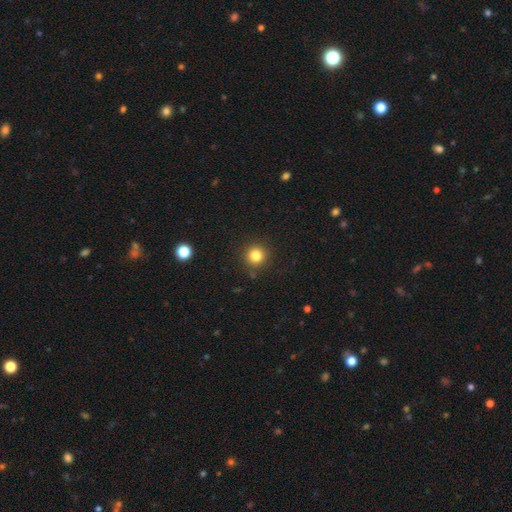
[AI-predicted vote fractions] Smooth or featured?
  - smooth: 83% *
  - star or artifact: 12%
  - featured or disk: 5%
How rounded?
  - round: 94% *
  - in between: 5%
  - cigar-shaped: 1%
Merging?
  - none: 89% *
  - minor disturbance: 7%
  - major disturbance: 2%
  - merger: 2%